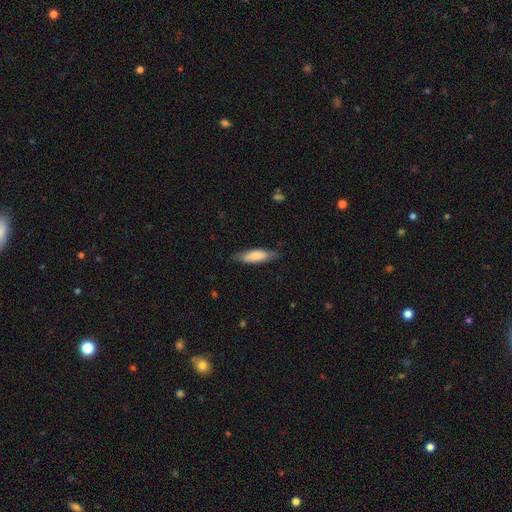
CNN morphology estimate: This appears to be a smooth galaxy with no disk features (75%) that is cigar-shaped (50%). Merging: none (78%).